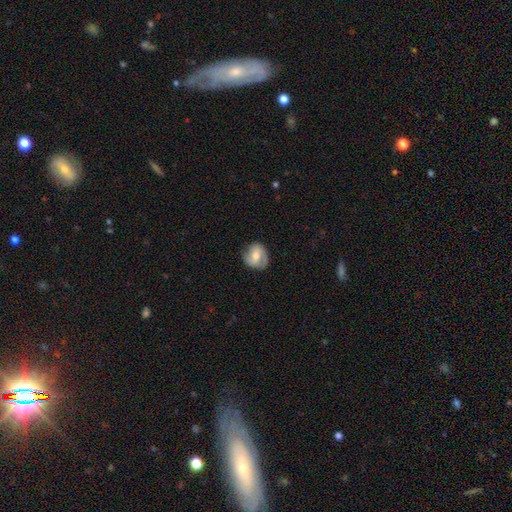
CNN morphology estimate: Smooth or featured?
  - featured or disk: 47% *
  - smooth: 46%
  - star or artifact: 7%
Merging?
  - none: 74% *
  - minor disturbance: 19%
  - major disturbance: 5%
  - merger: 1%